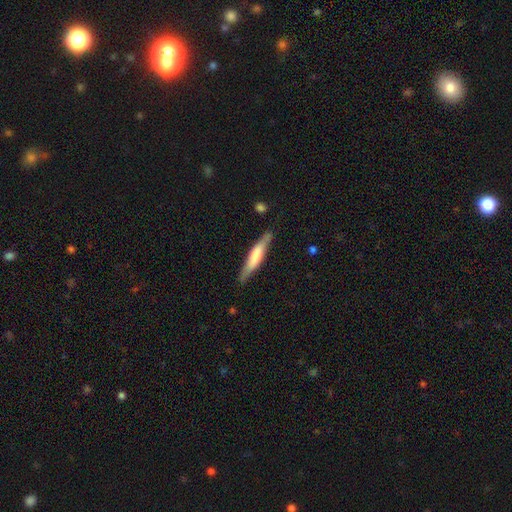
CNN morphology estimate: Smooth or featured: smooth — 54% (featured or disk — 41%)
How rounded: cigar-shaped — 88% (in between — 10%)
Merging: none — 82% (minor disturbance — 14%)